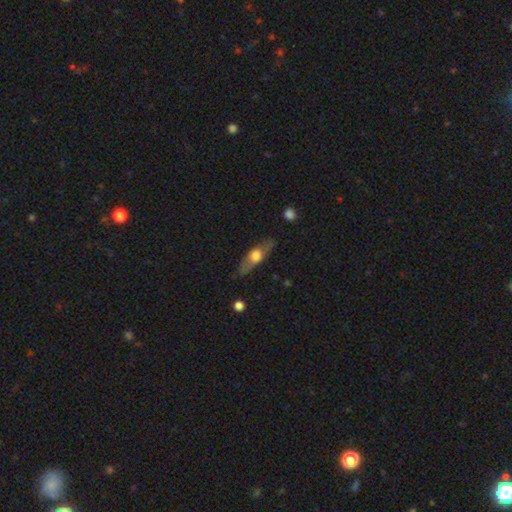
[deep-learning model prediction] Smooth or featured: featured or disk — 54% (smooth — 40%)
Edge-on disk: yes — 76% (no — 24%)
Merging: none — 78% (minor disturbance — 16%)